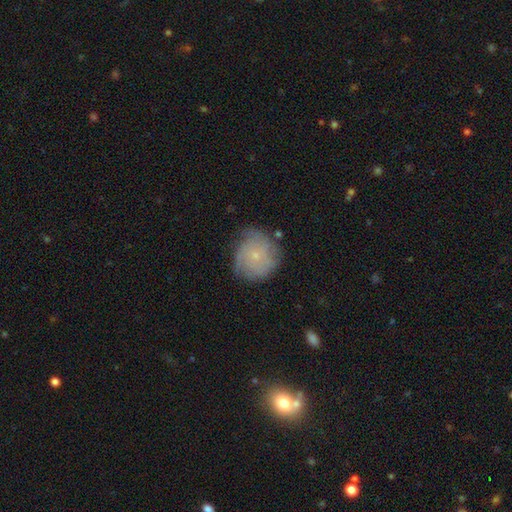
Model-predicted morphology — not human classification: Smooth or featured? Predicted: smooth (p=0.47). Merging? Predicted: none (p=0.65).